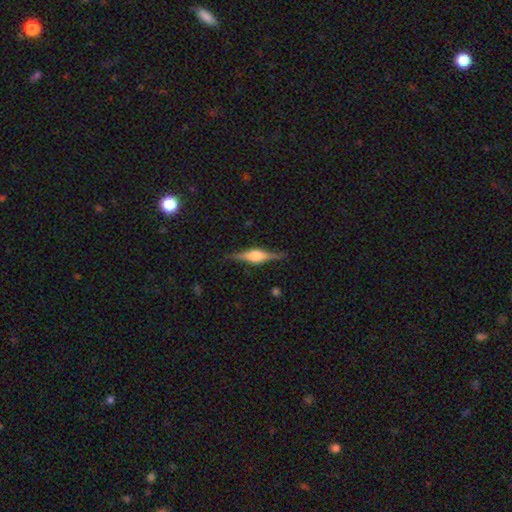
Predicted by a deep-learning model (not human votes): Q: Smooth or featured?
A: featured or disk (77%); runner-up: smooth (17%)
Q: Edge-on disk?
A: yes (98%); runner-up: no (2%)
Q: Edge-on bulge?
A: rounded (83%); runner-up: boxy (15%)
Q: Merging?
A: none (87%); runner-up: minor disturbance (10%)